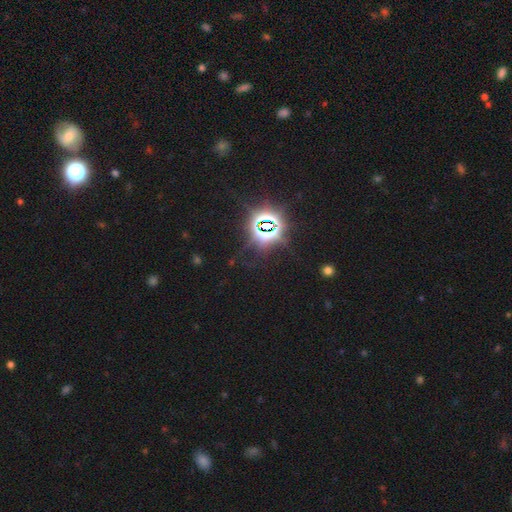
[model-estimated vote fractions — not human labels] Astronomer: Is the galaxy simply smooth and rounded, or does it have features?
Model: star or artifact — 82%.